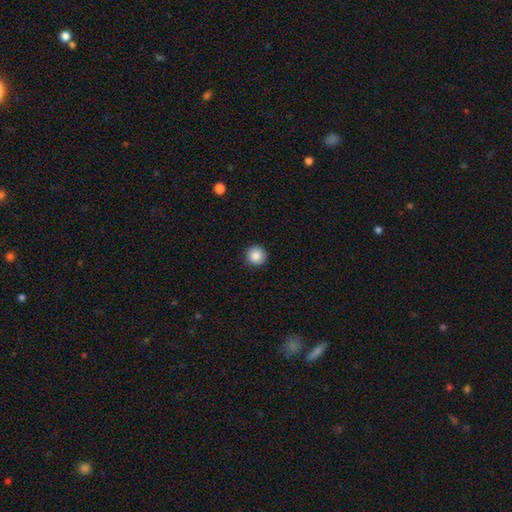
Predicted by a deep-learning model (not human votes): Smooth or featured? Predicted: smooth (p=0.88). How rounded? Predicted: round (p=0.95). Merging? Predicted: none (p=0.93).